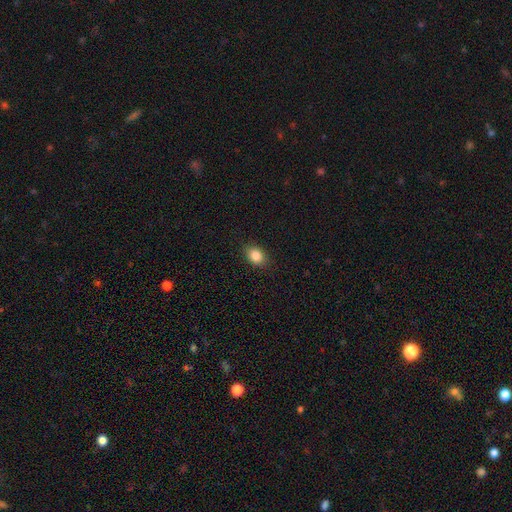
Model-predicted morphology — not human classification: Smooth or featured? Predicted: smooth (p=0.85). How rounded? Predicted: in between (p=0.70). Merging? Predicted: none (p=0.88).